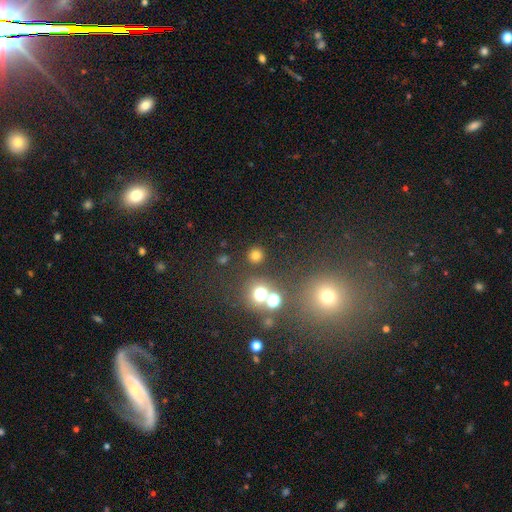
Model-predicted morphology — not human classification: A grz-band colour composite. It shows a smooth galaxy with no disk features (72%) that is round (93%). Merging: none (87%).